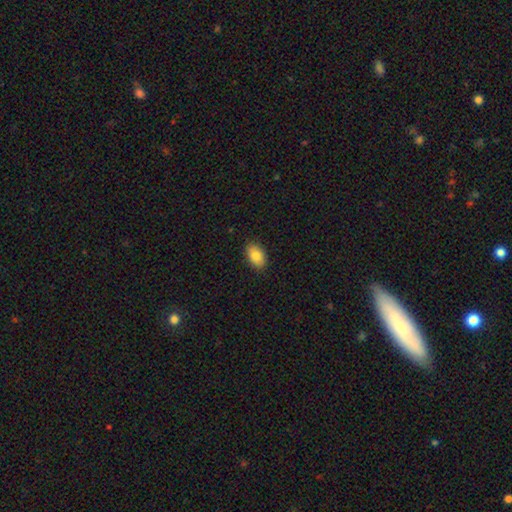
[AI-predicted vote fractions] smooth_or_featured: smooth (p=0.84) [alt: featured or disk p=0.09]
how_rounded: in between (p=0.90) [alt: round p=0.08]
merging: none (p=0.89) [alt: minor disturbance p=0.09]